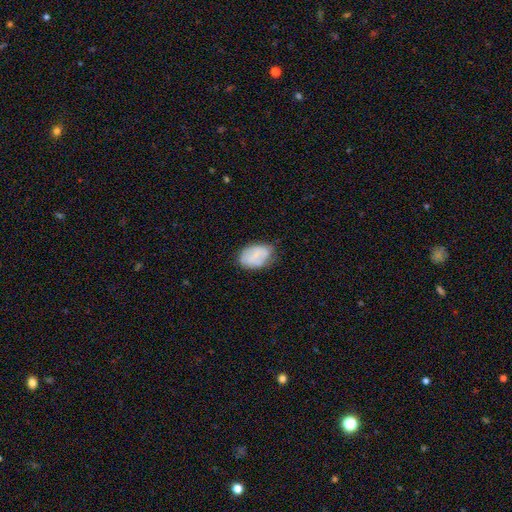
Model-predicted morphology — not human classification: smooth-or-featured: smooth: 68% | featured or disk: 24% | star or artifact: 8%
  how-rounded: in between: 87% | round: 12% | cigar-shaped: 1%
  merging: none: 63% | minor disturbance: 28% | major disturbance: 7% | merger: 2%